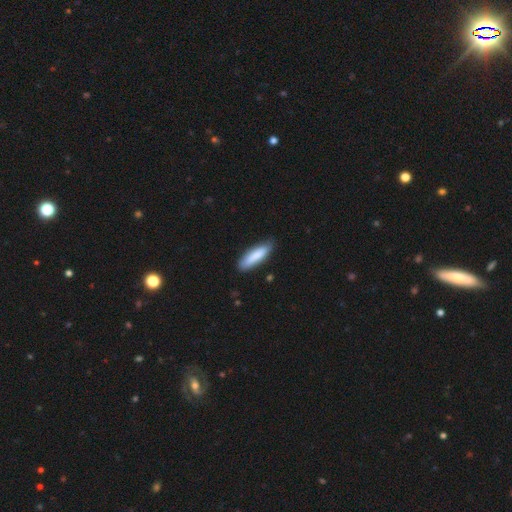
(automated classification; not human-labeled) Smooth or featured? Predicted: smooth (p=0.83). How rounded? Predicted: cigar-shaped (p=0.60). Merging? Predicted: none (p=0.82).